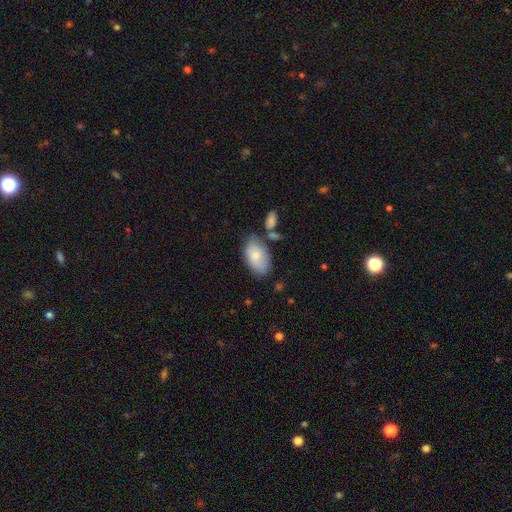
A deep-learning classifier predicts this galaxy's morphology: A smooth galaxy with no disk features (77%) that is in between round and cigar-shaped (93%). Merging: none (62%).